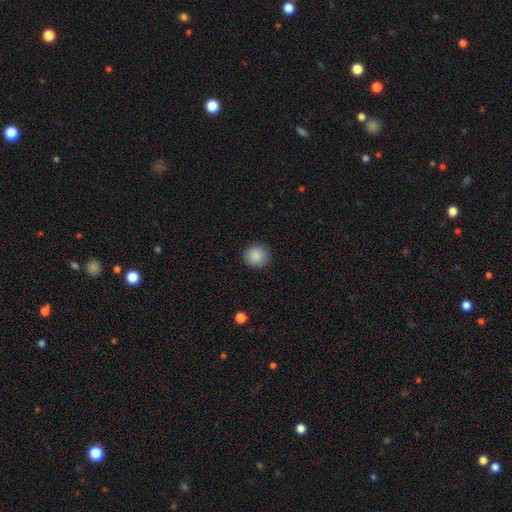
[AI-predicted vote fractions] A smooth galaxy with no disk features (88%) that is round (90%). Merging: none (86%).